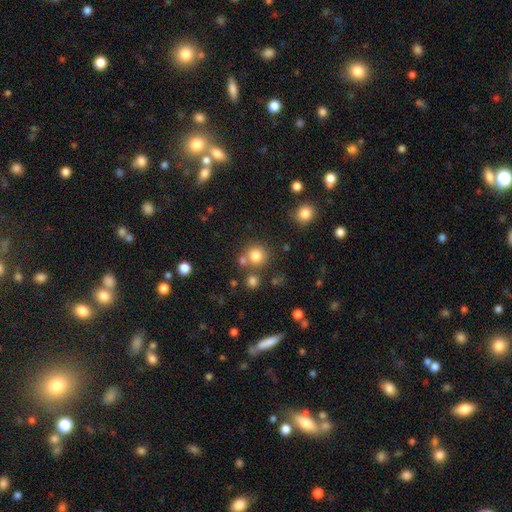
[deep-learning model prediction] A smooth galaxy with no disk features (80%) that is round (92%). Merging: none (72%).